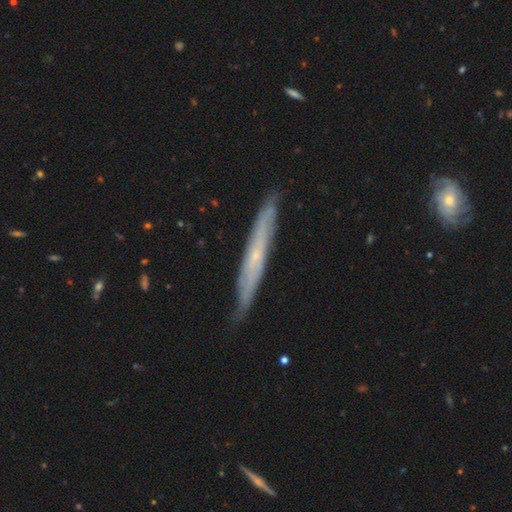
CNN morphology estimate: smooth-or-featured: featured or disk: 64% | smooth: 30% | star or artifact: 6%
  disk-edge-on: yes: 82% | no: 18%
    edge-on-bulge: none: 62% | rounded: 35% | boxy: 3%
  merging: none: 82% | minor disturbance: 14% | major disturbance: 2% | merger: 1%